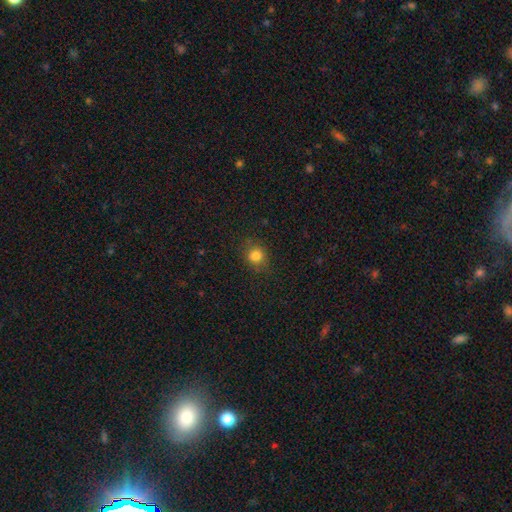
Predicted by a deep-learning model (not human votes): smooth 81%, star or artifact 13%, featured or disk 6%. Down the decision tree: how rounded — round (79%); merging — none (81%).